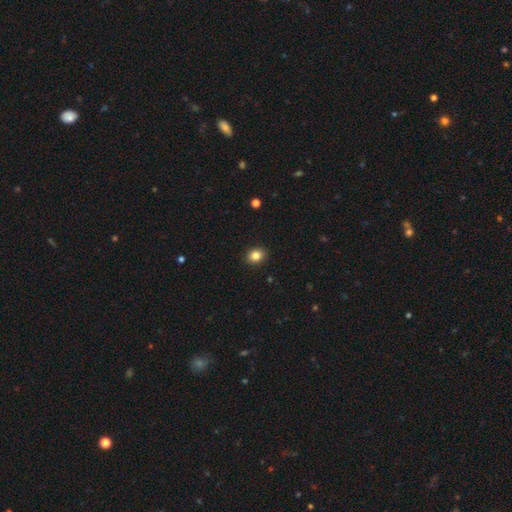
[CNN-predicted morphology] Q: Smooth or featured?
A: smooth (84%); runner-up: star or artifact (10%)
Q: How rounded?
A: in between (51%); runner-up: round (49%)
Q: Merging?
A: none (91%); runner-up: minor disturbance (6%)